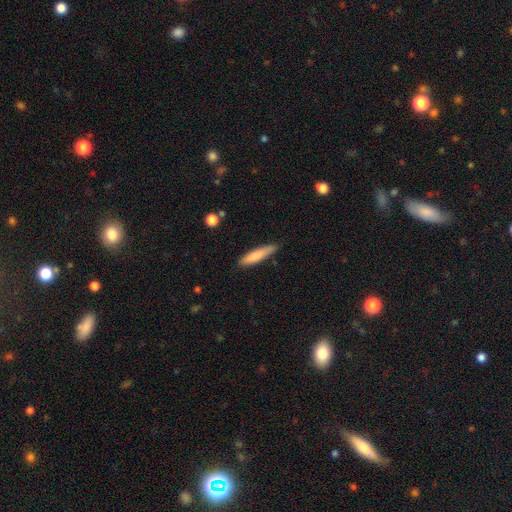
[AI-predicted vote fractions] Q: Smooth or featured?
A: smooth (80%); runner-up: featured or disk (15%)
Q: How rounded?
A: cigar-shaped (83%); runner-up: in between (15%)
Q: Merging?
A: none (81%); runner-up: minor disturbance (15%)